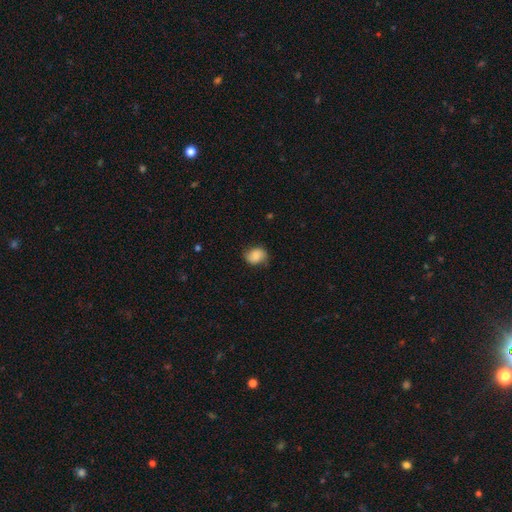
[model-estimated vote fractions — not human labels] Smooth or featured?
  - smooth: 79% *
  - featured or disk: 13%
  - star or artifact: 8%
How rounded?
  - in between: 50% *
  - round: 49%
  - cigar-shaped: 1%
Merging?
  - none: 73% *
  - minor disturbance: 22%
  - major disturbance: 5%
  - merger: 1%